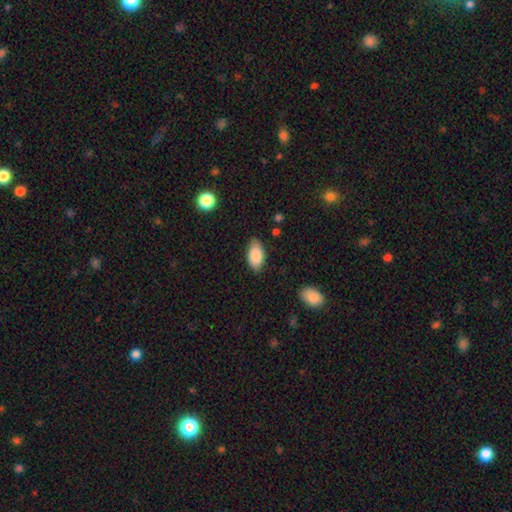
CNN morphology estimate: Smooth or featured?
  - smooth: 87% *
  - featured or disk: 7%
  - star or artifact: 7%
How rounded?
  - in between: 93% *
  - cigar-shaped: 3%
  - round: 3%
Merging?
  - none: 77% *
  - minor disturbance: 18%
  - major disturbance: 3%
  - merger: 1%